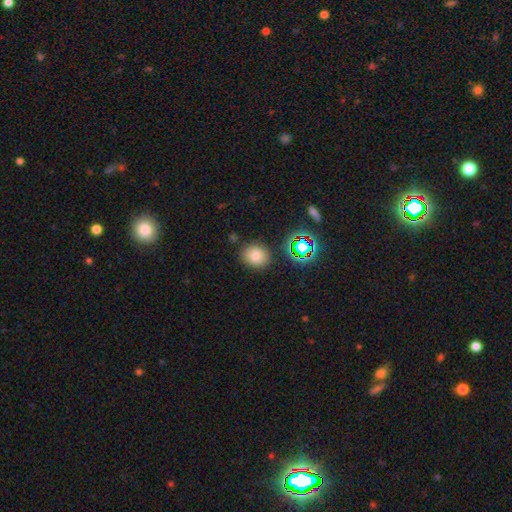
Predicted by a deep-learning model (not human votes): A smooth galaxy with no disk features (76%) that is round (67%).

Vote fractions:
- Smooth or featured? smooth: 76% / star or artifact: 16% / featured or disk: 8%
- How rounded? round: 67% / in between: 32% / cigar-shaped: 1%
- Merging? none: 82% / minor disturbance: 11% / merger: 4% / major disturbance: 3%